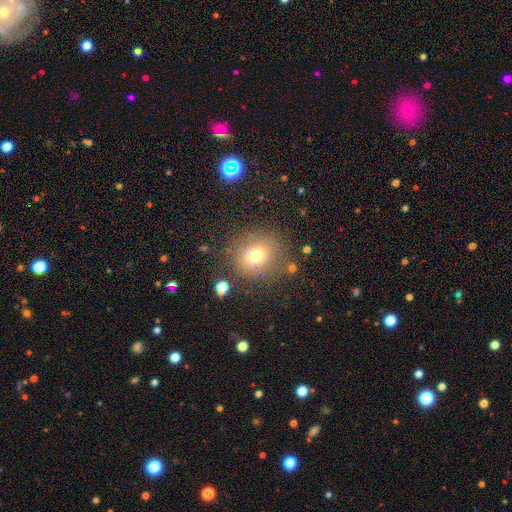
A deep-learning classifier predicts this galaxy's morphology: Smooth or featured: smooth — 70% (star or artifact — 17%)
How rounded: round — 79% (in between — 20%)
Merging: none — 77% (minor disturbance — 13%)